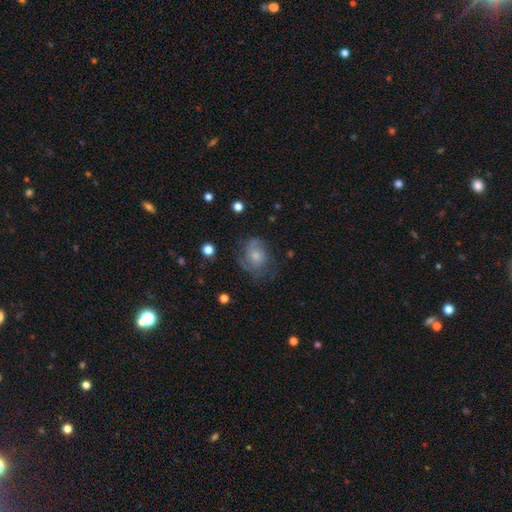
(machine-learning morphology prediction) Smooth or featured: featured or disk — 57% (smooth — 34%)
Edge-on disk: no — 97% (yes — 3%)
Bar: no — 76% (weak — 21%)
Spiral arms: yes — 82% (no — 18%)
Bulge size: small — 43% (moderate — 41%)
Merging: none — 56% (minor disturbance — 23%)